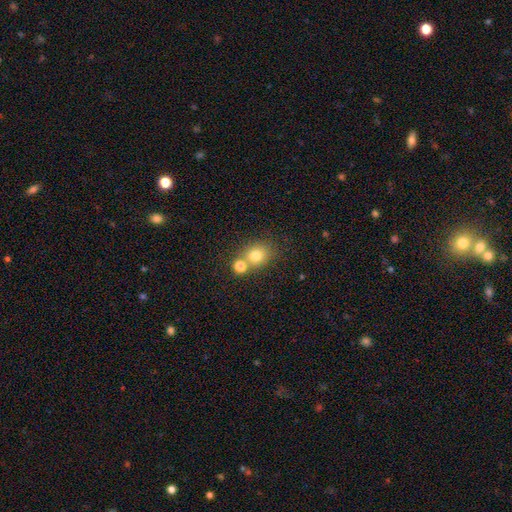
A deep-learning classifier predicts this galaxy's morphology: Q: Smooth or featured?
A: smooth (76%); runner-up: star or artifact (14%)
Q: How rounded?
A: round (74%); runner-up: in between (25%)
Q: Merging?
A: none (58%); runner-up: merger (29%)